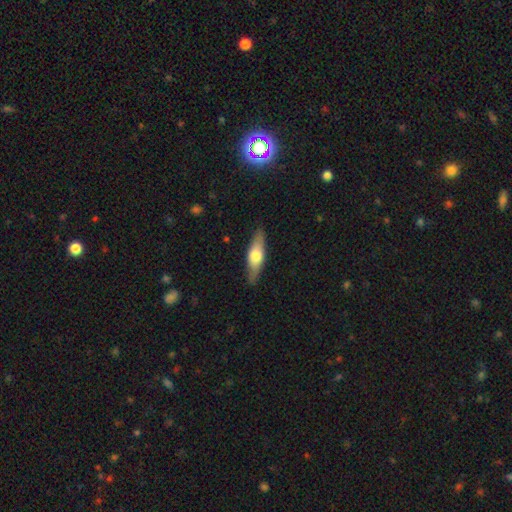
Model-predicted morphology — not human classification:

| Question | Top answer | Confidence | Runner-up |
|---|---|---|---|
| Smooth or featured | featured or disk | 48% | smooth (46%) |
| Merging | none | 85% | minor disturbance (12%) |